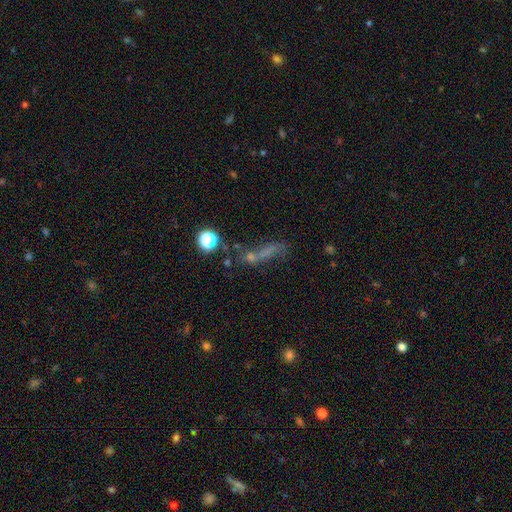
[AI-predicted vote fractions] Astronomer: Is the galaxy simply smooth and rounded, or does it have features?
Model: smooth — 41% (runner-up: featured or disk, 31%).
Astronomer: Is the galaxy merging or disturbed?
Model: none — 45%.